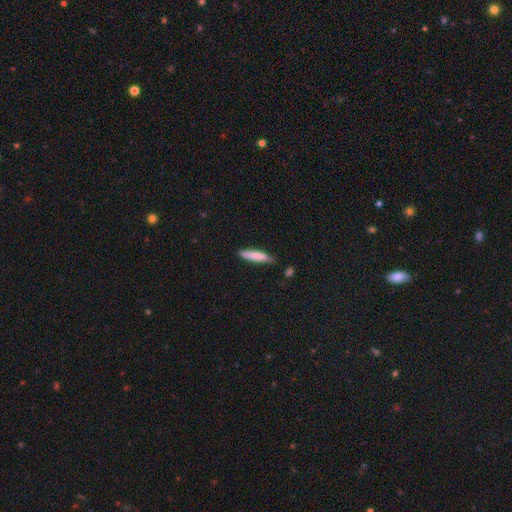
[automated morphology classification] The model was most divided on "merging": none: 77%, minor disturbance: 18%, major disturbance: 3%, merger: 3%. More confident: how rounded — cigar-shaped (85%); smooth or featured — smooth (81%).